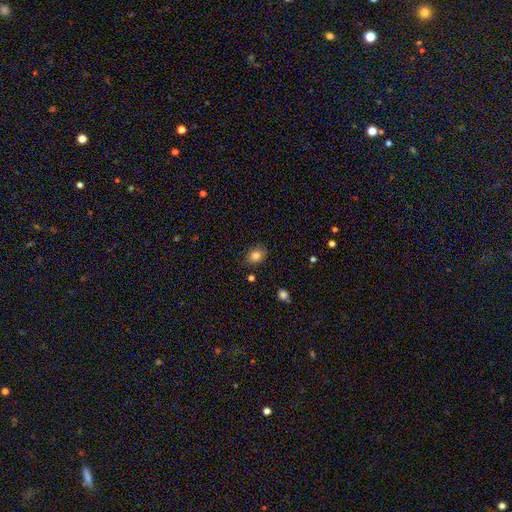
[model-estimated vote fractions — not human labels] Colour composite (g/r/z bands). It shows a smooth galaxy with no disk features (83%) that is in between round and cigar-shaped (54%). Merging: none (81%).